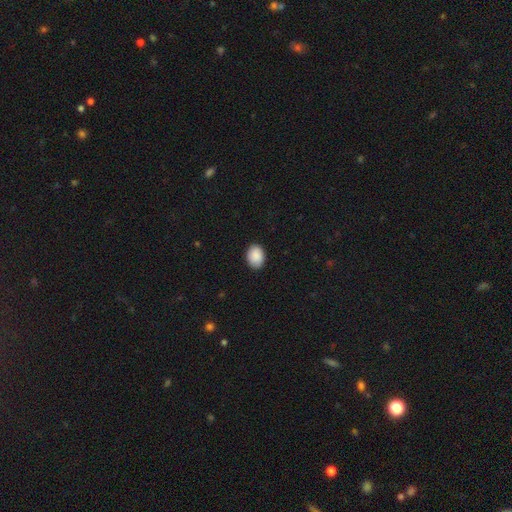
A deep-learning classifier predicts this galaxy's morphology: type=smooth (90%); roundness=in between (69%); merging=none (88%).